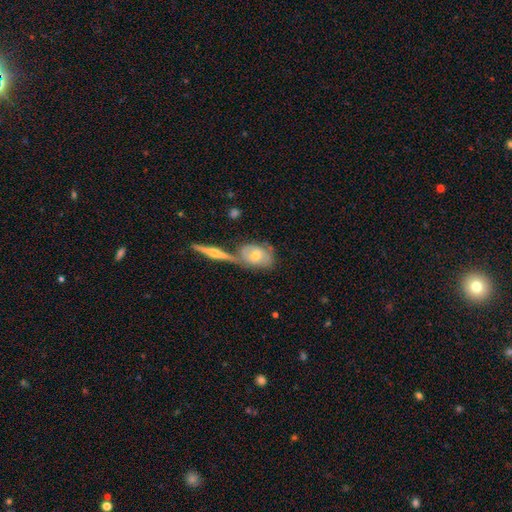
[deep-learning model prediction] This appears to be a smooth galaxy with no disk features (49%). Merging: none (46%).